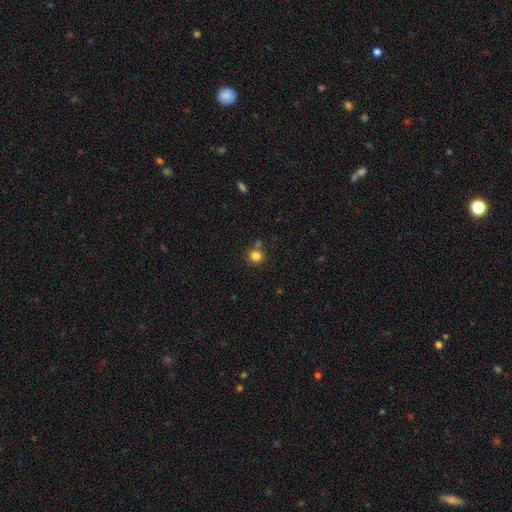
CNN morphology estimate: smooth-or-featured: smooth: 82% | star or artifact: 12% | featured or disk: 5%
  how-rounded: round: 93% | in between: 6% | cigar-shaped: 1%
  merging: none: 75% | merger: 13% | minor disturbance: 9% | major disturbance: 3%